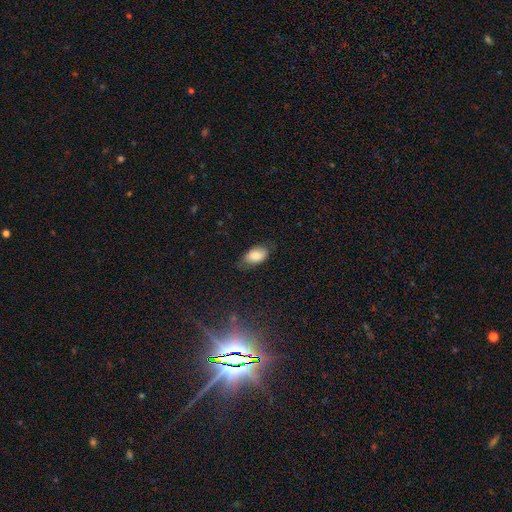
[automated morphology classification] Q: Smooth or featured?
A: smooth (81%); runner-up: featured or disk (11%)
Q: How rounded?
A: in between (93%); runner-up: round (5%)
Q: Merging?
A: none (73%); runner-up: minor disturbance (21%)